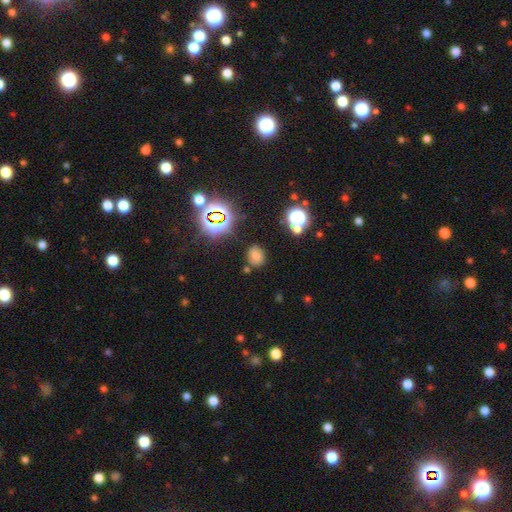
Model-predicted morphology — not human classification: smooth_or_featured: smooth (p=0.61) [alt: star or artifact p=0.27]
how_rounded: round (p=0.51) [alt: in between p=0.48]
merging: none (p=0.75) [alt: minor disturbance p=0.15]